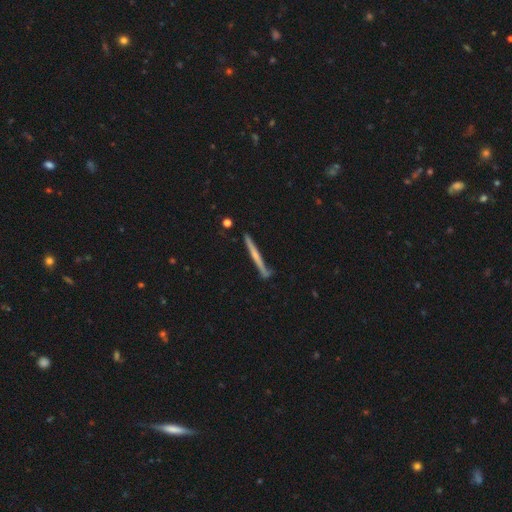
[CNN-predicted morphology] Smooth or featured: featured or disk — 56% (smooth — 38%)
Edge-on disk: yes — 97% (no — 3%)
Edge-on bulge: none — 62% (rounded — 29%)
Merging: none — 81% (minor disturbance — 13%)